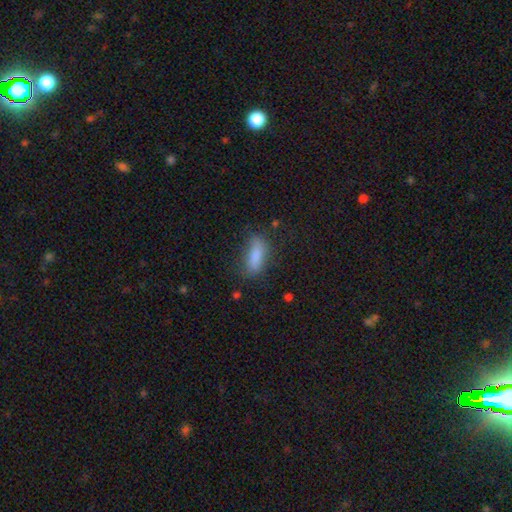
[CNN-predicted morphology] This appears to be a smooth galaxy with no disk features (80%) that is in between round and cigar-shaped (59%). Merging: none (68%).